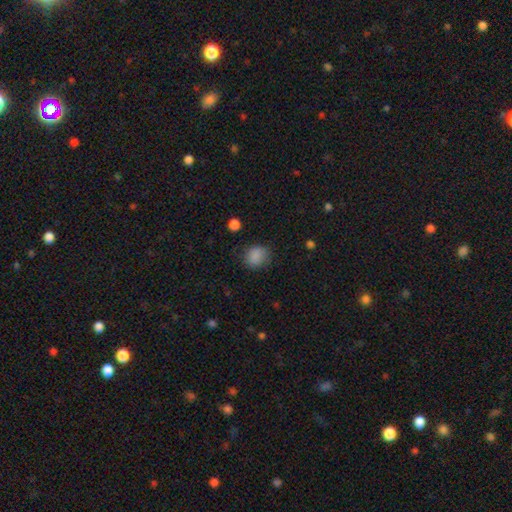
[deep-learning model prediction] smooth_or_featured: smooth (p=0.85) [alt: star or artifact p=0.10]
how_rounded: round (p=0.68) [alt: in between p=0.31]
merging: none (p=0.78) [alt: minor disturbance p=0.16]